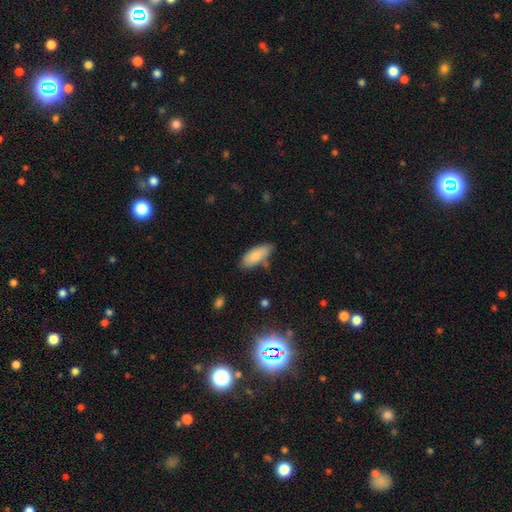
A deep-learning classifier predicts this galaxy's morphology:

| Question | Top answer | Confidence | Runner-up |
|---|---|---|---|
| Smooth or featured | smooth | 84% | featured or disk (9%) |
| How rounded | in between | 81% | cigar-shaped (17%) |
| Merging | none | 66% | minor disturbance (24%) |